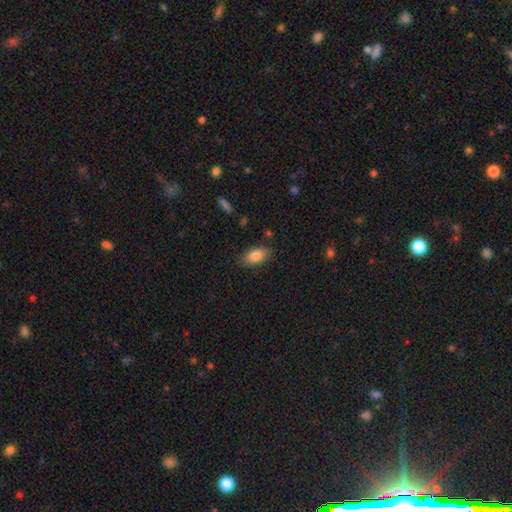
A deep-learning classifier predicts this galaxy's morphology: This appears to be a smooth galaxy with no disk features (83%) that is in between round and cigar-shaped (89%). Merging: none (82%).